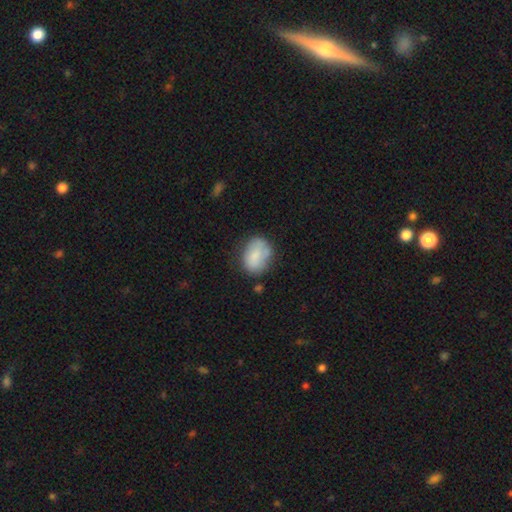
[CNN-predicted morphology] This is likely a smooth galaxy (76%). How rounded: likely in between (70%). Merging: possibly none (58%).